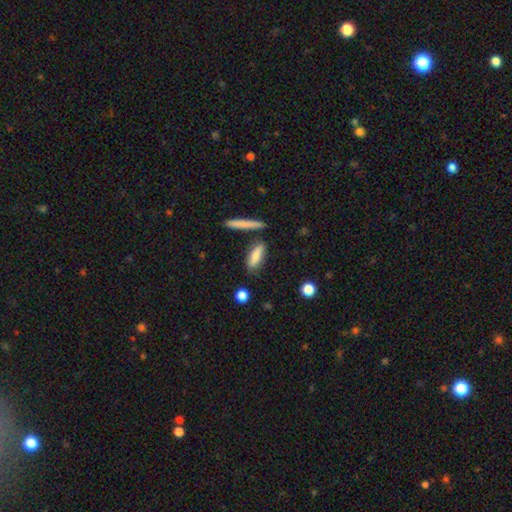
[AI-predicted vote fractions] This appears to be a smooth galaxy with no disk features (76%) that is cigar-shaped (49%). Merging: none (73%).